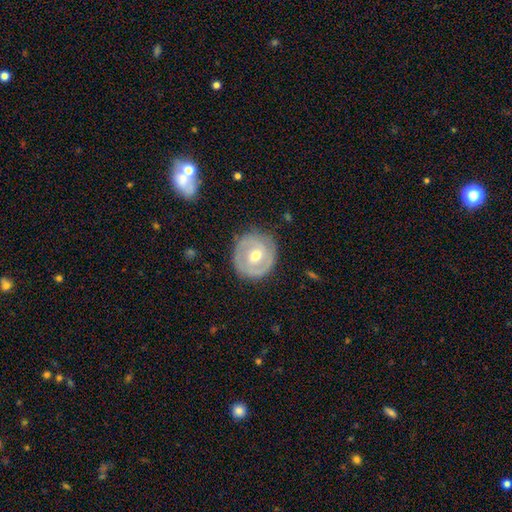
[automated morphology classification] This is likely a featured or disk galaxy (67%). It is clearly not viewed edge-on (96%). Bar: marginally no (43%, tied with weak). Spiral arm pattern: likely yes (67%). Central bulge: likely moderate (70%). Merging: clearly none (80%).